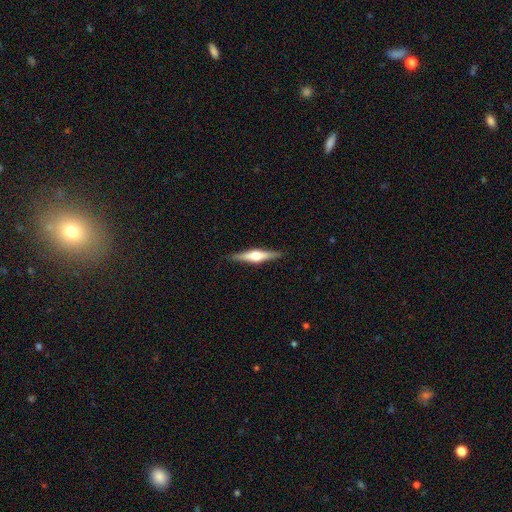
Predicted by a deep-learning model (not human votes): Smooth or featured? Predicted: featured or disk (p=0.71). Edge-on disk? Predicted: yes (p=0.98). Edge-on bulge? Predicted: rounded (p=0.92). Merging? Predicted: none (p=0.90).